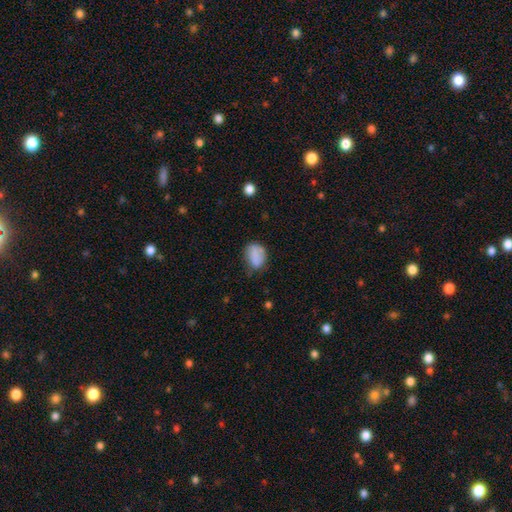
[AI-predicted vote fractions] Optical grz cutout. It shows a smooth galaxy with no disk features (77%) that is in between round and cigar-shaped (71%). Merging: none (59%).